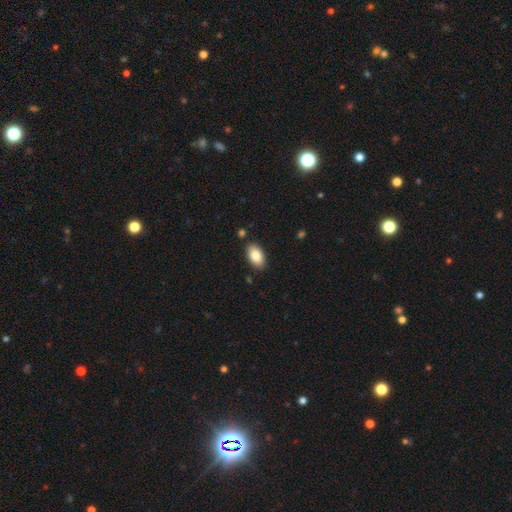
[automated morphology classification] Q: Smooth or featured?
A: smooth (84%); runner-up: featured or disk (9%)
Q: How rounded?
A: in between (94%); runner-up: round (4%)
Q: Merging?
A: none (87%); runner-up: minor disturbance (9%)